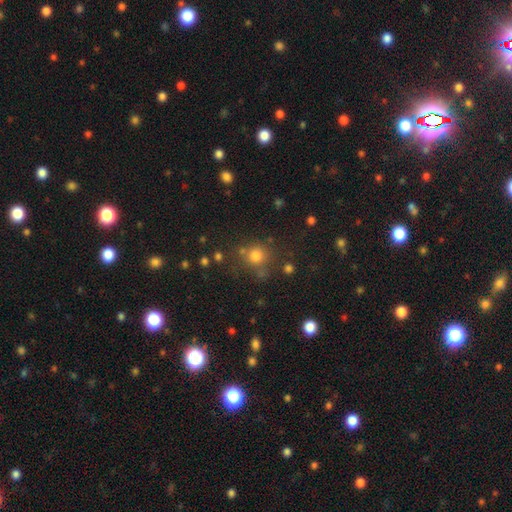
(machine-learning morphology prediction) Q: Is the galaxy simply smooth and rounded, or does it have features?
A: smooth — 75%.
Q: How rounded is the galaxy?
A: round — 90%.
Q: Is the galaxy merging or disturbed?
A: none — 72%.